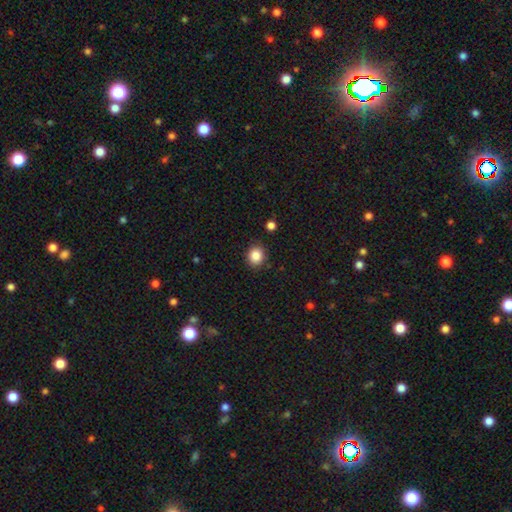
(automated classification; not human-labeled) smooth-or-featured: smooth: 86% | star or artifact: 10% | featured or disk: 5%
  how-rounded: round: 74% | in between: 25% | cigar-shaped: 1%
  merging: none: 88% | minor disturbance: 8% | major disturbance: 2% | merger: 2%